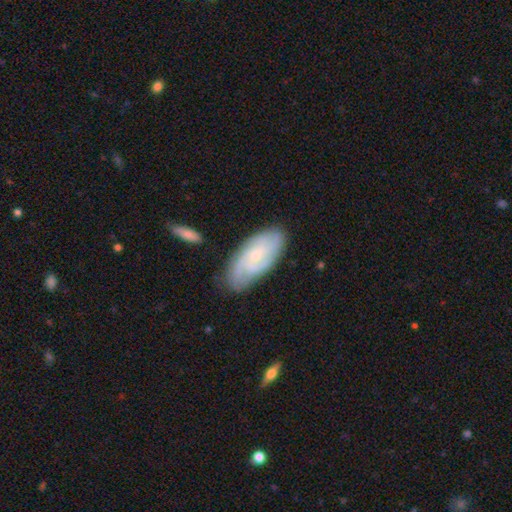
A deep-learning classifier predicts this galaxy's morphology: Overall: featured or disk (64%; smooth 29%). Edge-on disk: no (93%). Bar: no (69%). Spiral arms: yes (89%). Spiral arm count: can't tell (44%; 3 19%). Spiral winding: tight (57%; medium 32%). Bulge size: small (71%). Merging: none (73%).